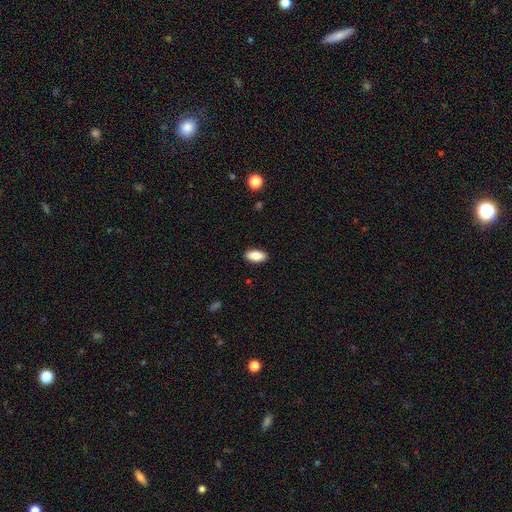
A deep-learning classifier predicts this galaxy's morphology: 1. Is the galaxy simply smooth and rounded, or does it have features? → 86% smooth, 7% featured or disk, 7% star or artifact.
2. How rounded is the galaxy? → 90% in between, 7% cigar-shaped, 3% round.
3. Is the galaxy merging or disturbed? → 89% none, 8% minor disturbance, 2% major disturbance, 1% merger.